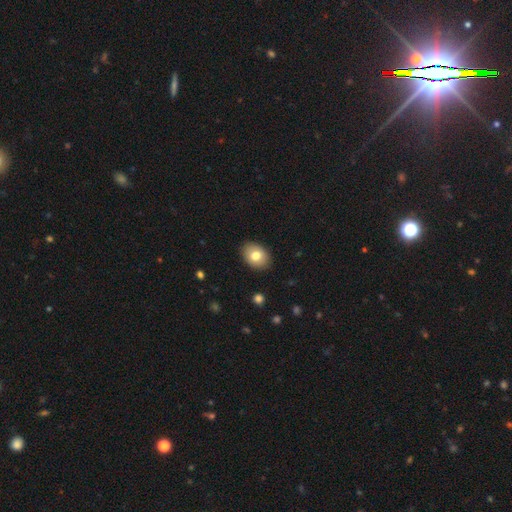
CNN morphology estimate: Q: Smooth or featured?
A: smooth (78%); runner-up: featured or disk (14%)
Q: How rounded?
A: in between (72%); runner-up: round (27%)
Q: Merging?
A: none (89%); runner-up: minor disturbance (8%)